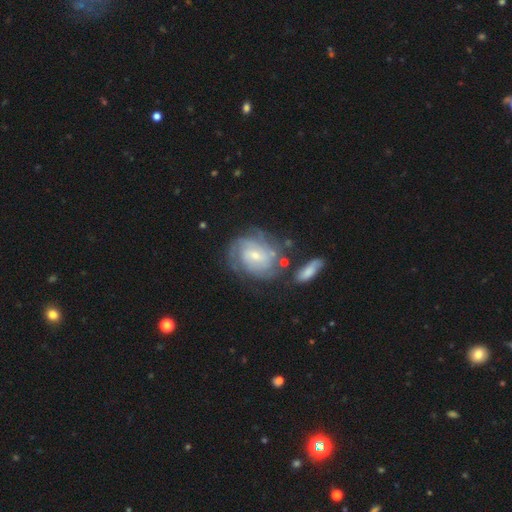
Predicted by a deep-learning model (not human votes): Smooth or featured? featured or disk (78%)
Edge-on disk? no (97%)
Bar? weak (46%)
Spiral arms? yes (92%)
Spiral winding? tight (64%)
Spiral arm count? can't tell (44%)
Bulge size? small (54%)
Merging? none (62%)